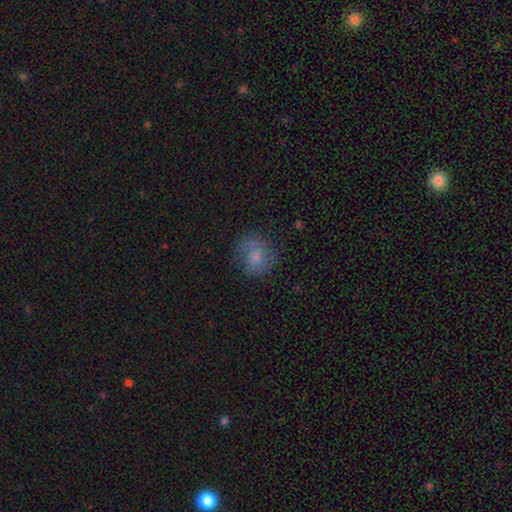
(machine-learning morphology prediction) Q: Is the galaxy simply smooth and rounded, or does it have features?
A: smooth — 59%.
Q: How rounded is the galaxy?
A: round — 75%.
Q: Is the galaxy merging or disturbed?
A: none — 69%.